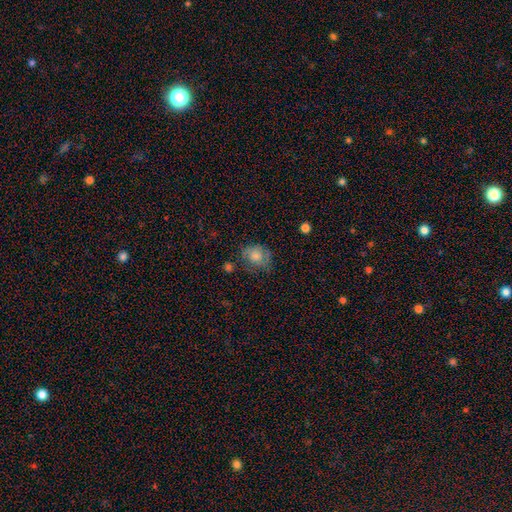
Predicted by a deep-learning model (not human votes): Smooth or featured: smooth — 54% (featured or disk — 33%)
How rounded: round — 57% (in between — 42%)
Merging: none — 59% (minor disturbance — 25%)